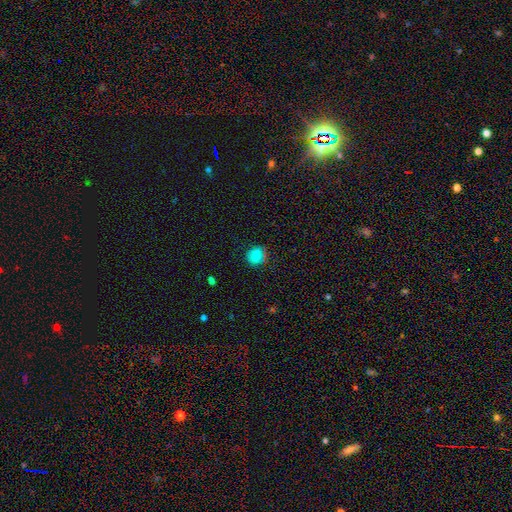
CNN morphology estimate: The model was most divided on "merging": none: 77%, minor disturbance: 18%, major disturbance: 4%, merger: 2%. More confident: how rounded — round (80%); smooth or featured — smooth (76%).